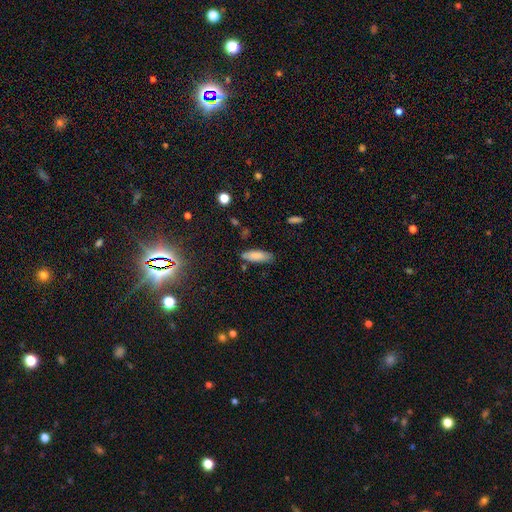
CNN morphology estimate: Smooth or featured?
  - smooth: 83% *
  - featured or disk: 10%
  - star or artifact: 7%
How rounded?
  - in between: 61% *
  - cigar-shaped: 37%
  - round: 2%
Merging?
  - none: 77% *
  - minor disturbance: 17%
  - merger: 3%
  - major disturbance: 3%